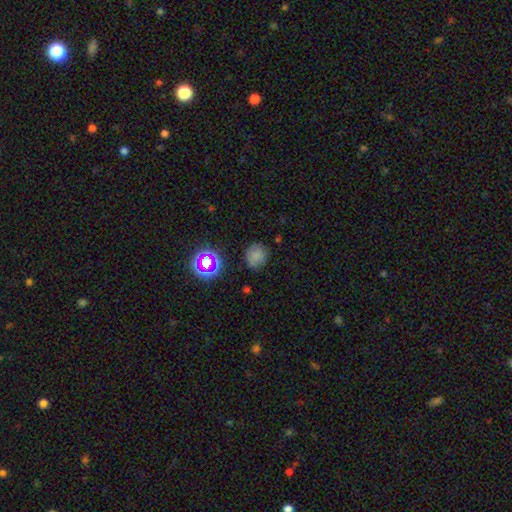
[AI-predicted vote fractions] smooth 70%, star or artifact 20%, featured or disk 10%. Down the decision tree: how rounded — round (82%); merging — none (75%).